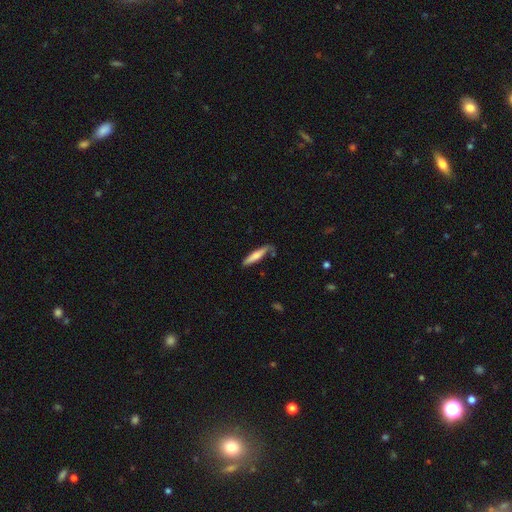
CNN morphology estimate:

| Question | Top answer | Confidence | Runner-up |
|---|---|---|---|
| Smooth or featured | smooth | 63% | featured or disk (32%) |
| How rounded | cigar-shaped | 88% | in between (11%) |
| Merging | none | 73% | minor disturbance (19%) |